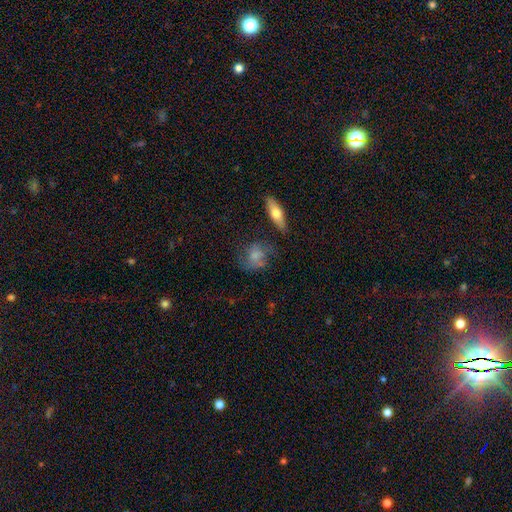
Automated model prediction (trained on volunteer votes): A smooth galaxy with no disk features (64%) that is round (50%). Merging: none (57%).